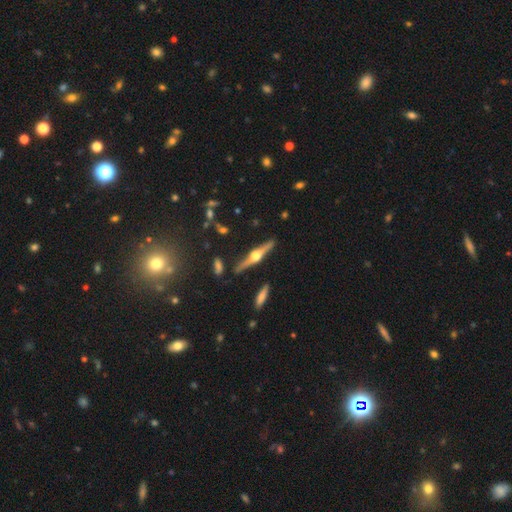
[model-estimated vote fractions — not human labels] Overall: featured or disk (81%). Edge-on disk: yes (98%). Edge-on bulge: rounded (96%). Merging: none (88%).